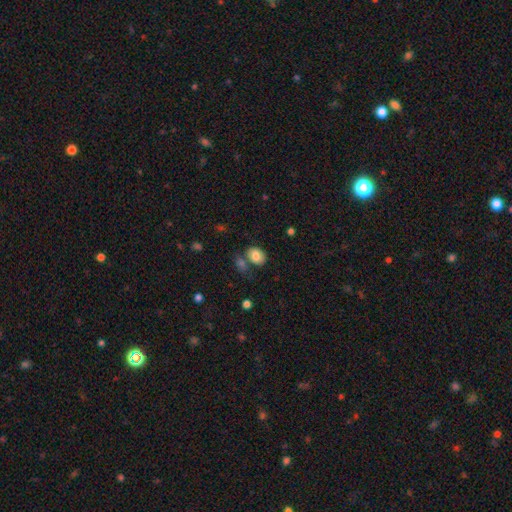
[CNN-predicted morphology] Q: Smooth or featured?
A: smooth (82%); runner-up: featured or disk (10%)
Q: How rounded?
A: in between (63%); runner-up: round (36%)
Q: Merging?
A: none (60%); runner-up: merger (20%)